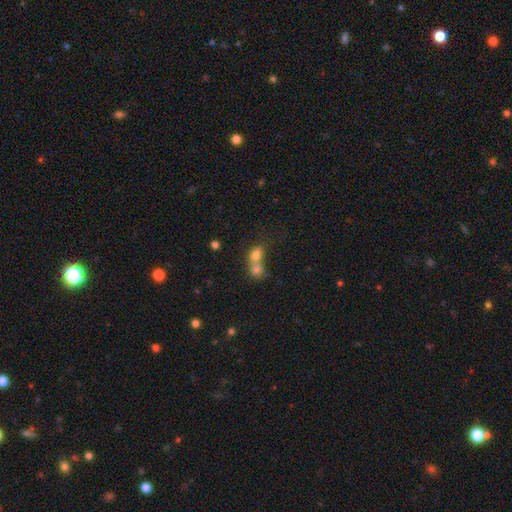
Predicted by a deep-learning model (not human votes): Smooth or featured: smooth — 75% (featured or disk — 14%)
How rounded: round — 54% (in between — 44%)
Merging: merger — 70% (none — 21%)